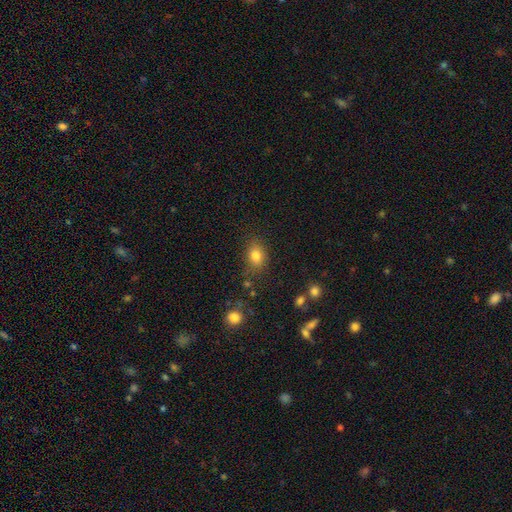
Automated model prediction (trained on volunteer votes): Overall: smooth (81%). How rounded: in between (66%; round 33%). Merging: none (78%).